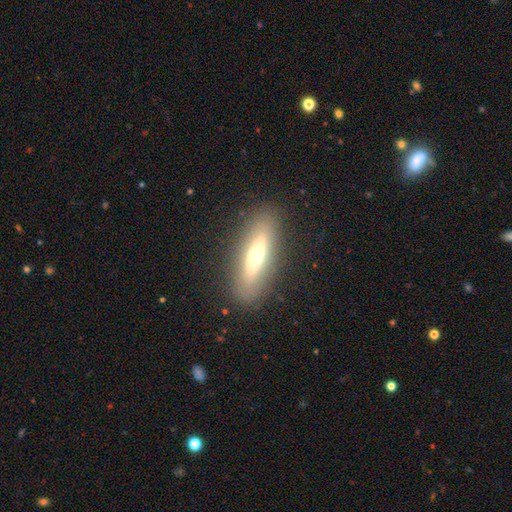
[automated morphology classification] smooth_or_featured: featured or disk (p=0.46) [tied with: smooth p=0.46]
merging: none (p=0.85) [alt: minor disturbance p=0.10]